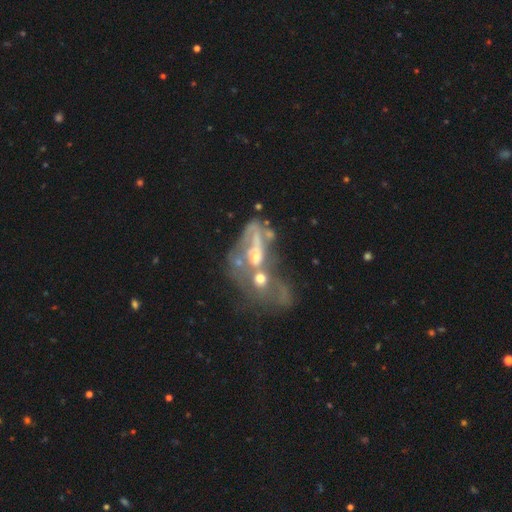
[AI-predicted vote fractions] Smooth or featured: featured or disk — 66% (smooth — 19%)
Edge-on disk: no — 91% (yes — 9%)
Bar: no — 68% (weak — 22%)
Spiral arms: no — 65% (yes — 35%)
Bulge size: moderate — 40% (small — 35%)
Merging: merger — 64% (major disturbance — 18%)